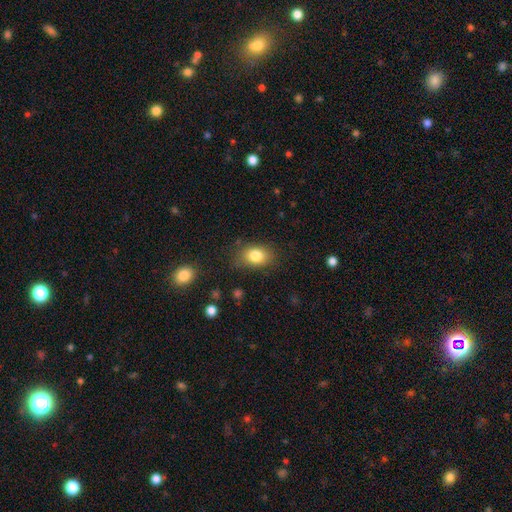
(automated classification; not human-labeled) Q: Smooth or featured?
A: smooth (82%); runner-up: star or artifact (9%)
Q: How rounded?
A: in between (74%); runner-up: round (25%)
Q: Merging?
A: none (79%); runner-up: minor disturbance (15%)